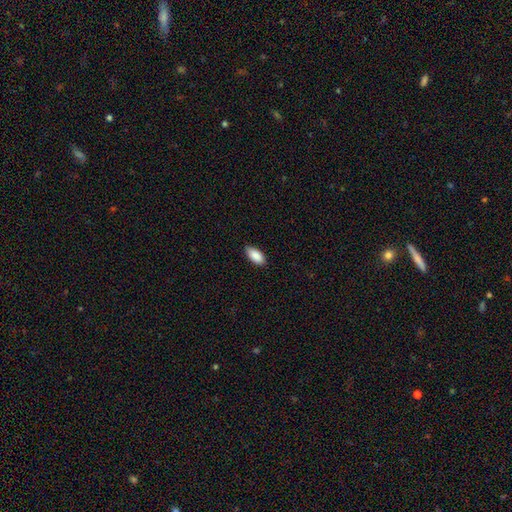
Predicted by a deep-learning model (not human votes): Q: Smooth or featured?
A: smooth (89%); runner-up: star or artifact (6%)
Q: How rounded?
A: in between (92%); runner-up: cigar-shaped (6%)
Q: Merging?
A: none (86%); runner-up: minor disturbance (11%)